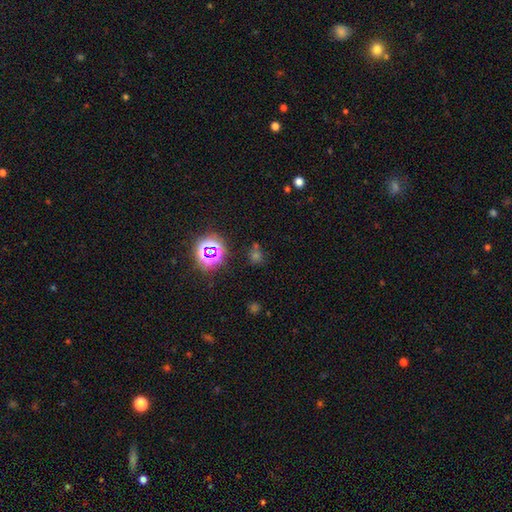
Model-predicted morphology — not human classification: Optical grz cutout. It shows a star or artifact, not a galaxy (55%).